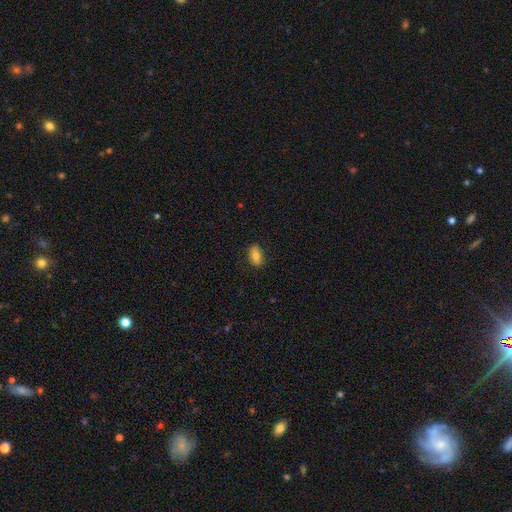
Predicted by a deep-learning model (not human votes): A smooth galaxy with no disk features (77%) that is in between round and cigar-shaped (88%).

Vote fractions:
- Smooth or featured? smooth: 77% / featured or disk: 15% / star or artifact: 8%
- How rounded? in between: 88% / round: 8% / cigar-shaped: 4%
- Merging? none: 85% / minor disturbance: 12% / major disturbance: 2% / merger: 1%